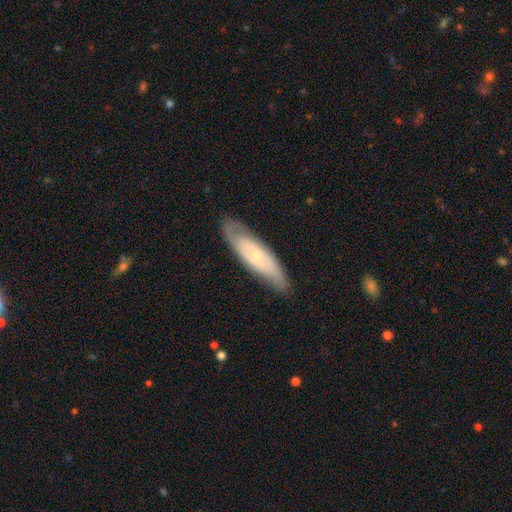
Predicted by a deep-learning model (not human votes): This appears to be a featured or disk galaxy (57%). Merging: none (81%).